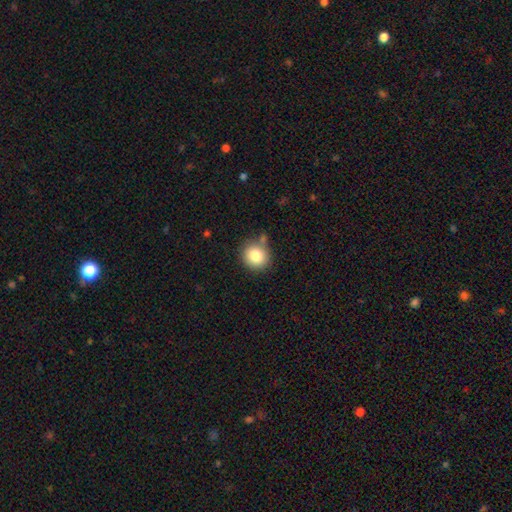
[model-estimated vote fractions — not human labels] Smooth or featured: smooth — 82% (star or artifact — 10%)
How rounded: round — 87% (in between — 12%)
Merging: none — 74% (minor disturbance — 14%)